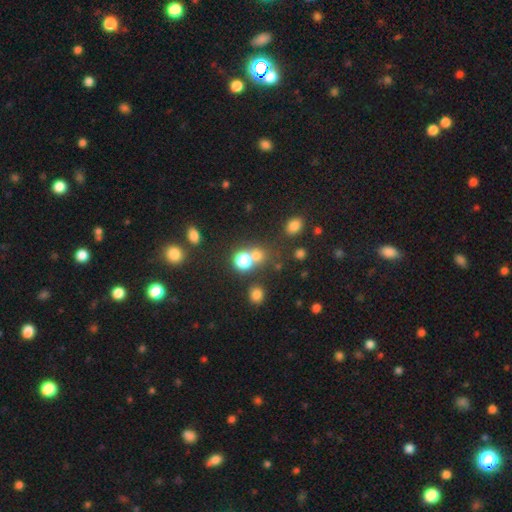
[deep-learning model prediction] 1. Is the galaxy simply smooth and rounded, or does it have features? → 69% smooth, 23% star or artifact, 9% featured or disk.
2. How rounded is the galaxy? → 83% round, 16% in between, 1% cigar-shaped.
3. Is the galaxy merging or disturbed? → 54% none, 33% merger, 8% minor disturbance, 5% major disturbance.